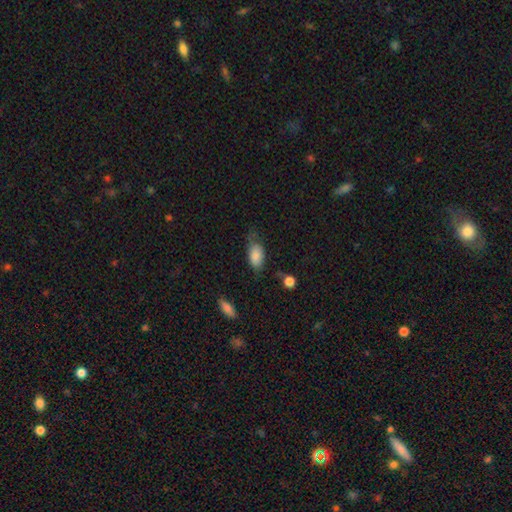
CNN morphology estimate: smooth-or-featured: smooth: 80% | featured or disk: 12% | star or artifact: 8%
  how-rounded: in between: 91% | round: 6% | cigar-shaped: 4%
  merging: none: 50% | minor disturbance: 32% | major disturbance: 15% | merger: 3%